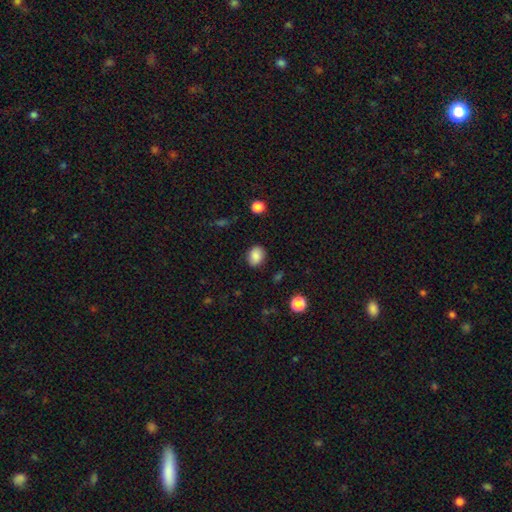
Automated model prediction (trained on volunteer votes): This is clearly a smooth galaxy (86%). How rounded: possibly in between (54%). Merging: clearly none (86%).